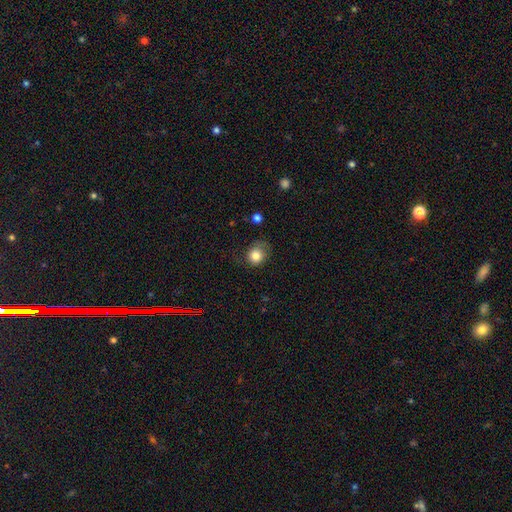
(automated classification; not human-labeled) This is clearly a smooth galaxy (82%). How rounded: likely round (73%). Merging: possibly none (54%).